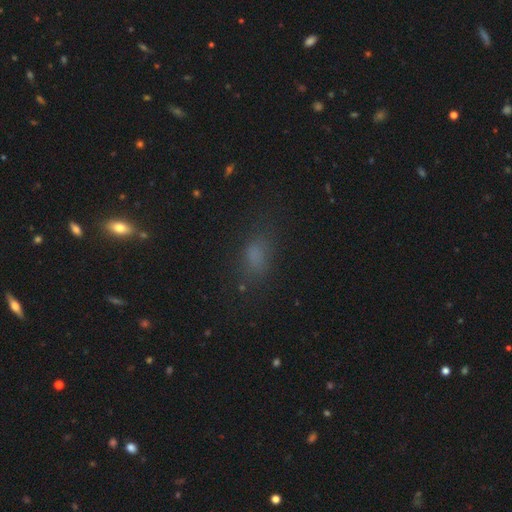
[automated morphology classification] smooth 72%, star or artifact 18%, featured or disk 10%. Down the decision tree: how rounded — in between (79%); merging — none (72%).